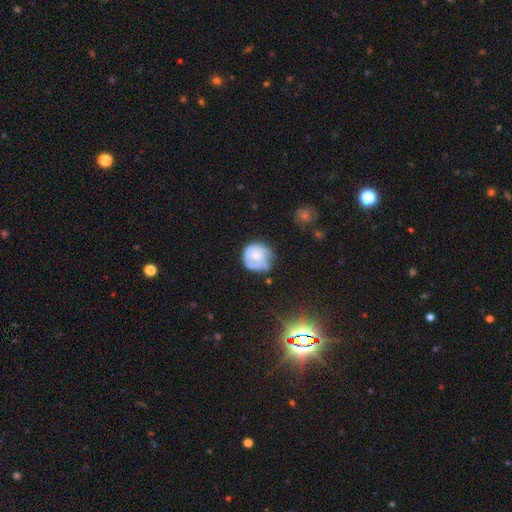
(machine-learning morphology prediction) Overall: smooth (47%; featured or disk 45%). Merging: none (47%; minor disturbance 34%).